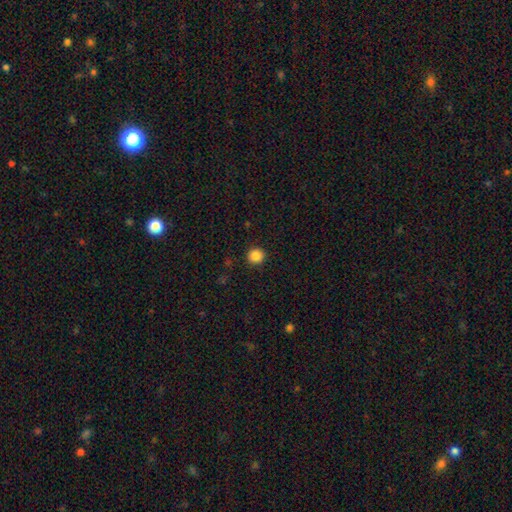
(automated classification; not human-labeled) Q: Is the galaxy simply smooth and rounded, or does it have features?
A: smooth — 85%.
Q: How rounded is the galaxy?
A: round — 93%.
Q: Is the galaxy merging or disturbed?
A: none — 92%.